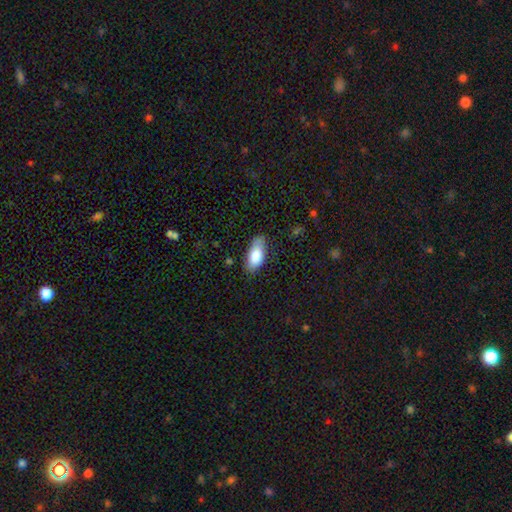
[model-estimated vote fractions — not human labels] smooth-or-featured: smooth: 84% | featured or disk: 10% | star or artifact: 6%
  how-rounded: in between: 89% | cigar-shaped: 9% | round: 2%
  merging: none: 74% | minor disturbance: 21% | major disturbance: 4% | merger: 1%